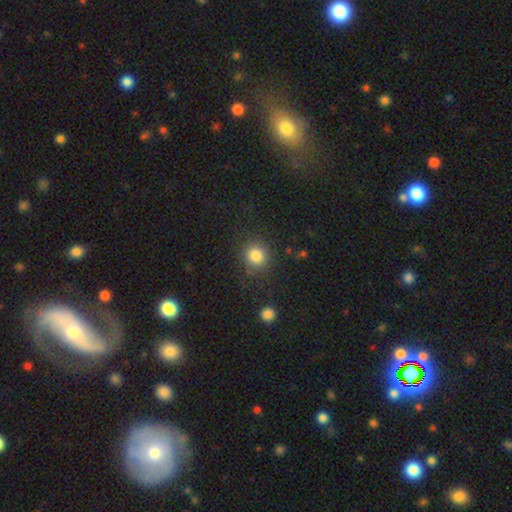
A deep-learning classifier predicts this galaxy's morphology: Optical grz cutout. It shows a smooth galaxy with no disk features (83%) that is round (88%). Merging: none (84%).